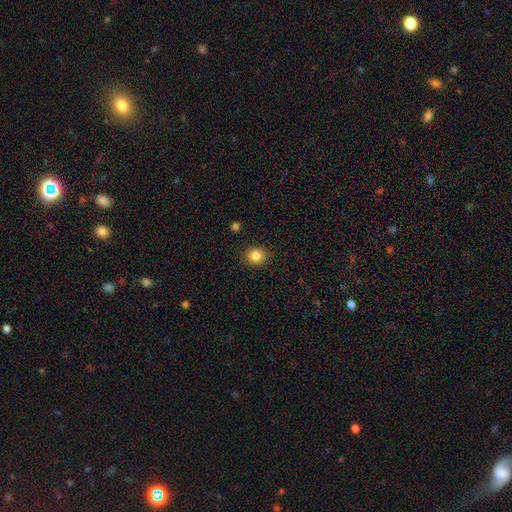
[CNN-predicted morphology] A smooth galaxy with no disk features (85%) that is round (80%).

Vote fractions:
- Smooth or featured? smooth: 85% / star or artifact: 11% / featured or disk: 5%
- How rounded? round: 80% / in between: 19% / cigar-shaped: 1%
- Merging? none: 88% / minor disturbance: 8% / major disturbance: 2% / merger: 1%